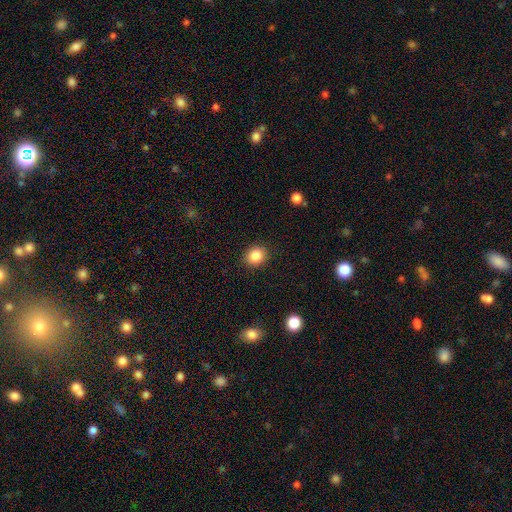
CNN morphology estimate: type=smooth (85%); roundness=round (78%); merging=none (90%).